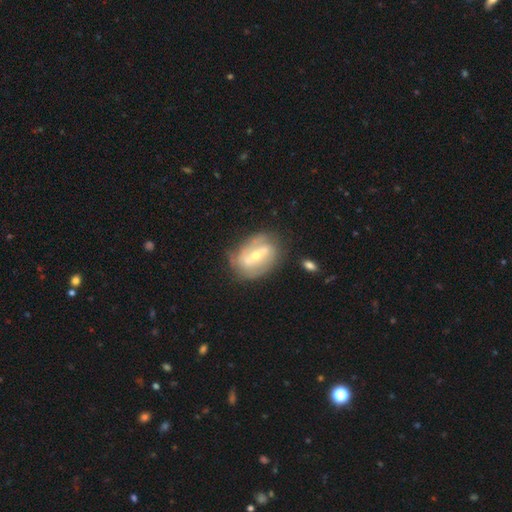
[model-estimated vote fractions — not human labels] Smooth or featured? featured or disk (75%)
Edge-on disk? no (92%)
Bar? strong (55%)
Spiral arms? yes (70%)
Bulge size? moderate (52%)
Merging? none (67%)